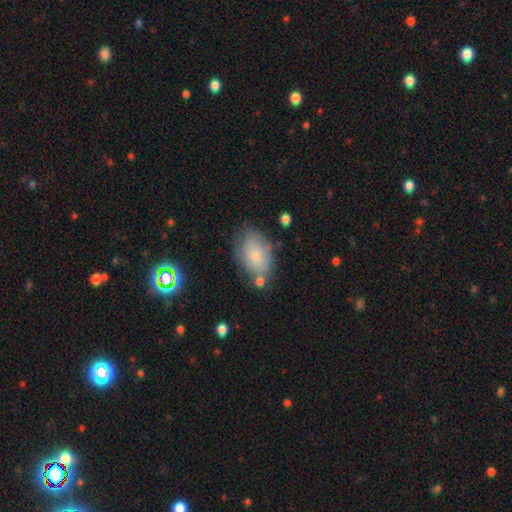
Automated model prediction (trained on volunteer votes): A smooth galaxy with no disk features (72%) that is in between round and cigar-shaped (86%). Merging: none (65%).